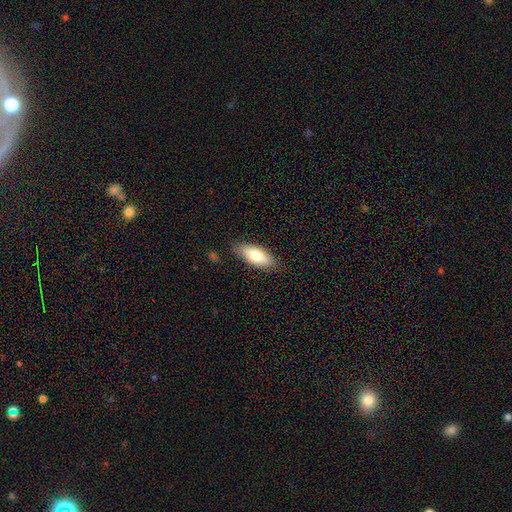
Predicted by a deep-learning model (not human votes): Smooth or featured? Predicted: smooth (p=0.76). How rounded? Predicted: in between (p=0.80). Merging? Predicted: none (p=0.84).